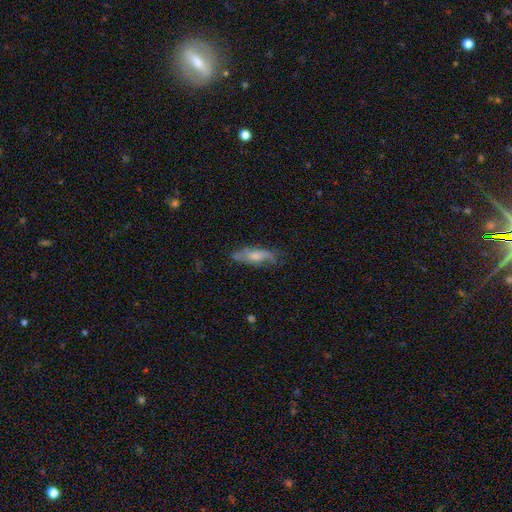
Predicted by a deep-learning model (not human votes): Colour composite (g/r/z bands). It shows a smooth galaxy with no disk features (52%) that is in between round and cigar-shaped (56%). Merging: none (62%).